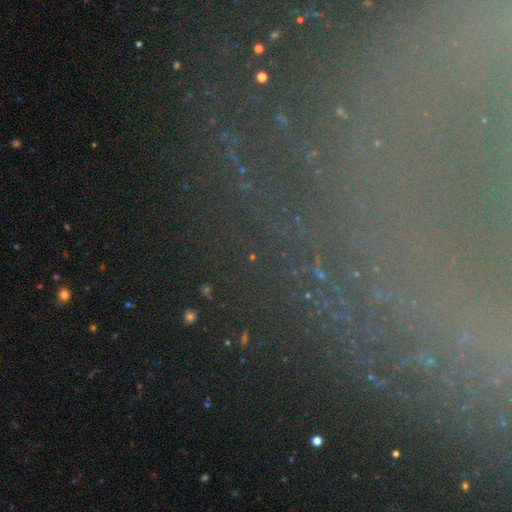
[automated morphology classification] star or artifact 72%, featured or disk 17%, smooth 12%.